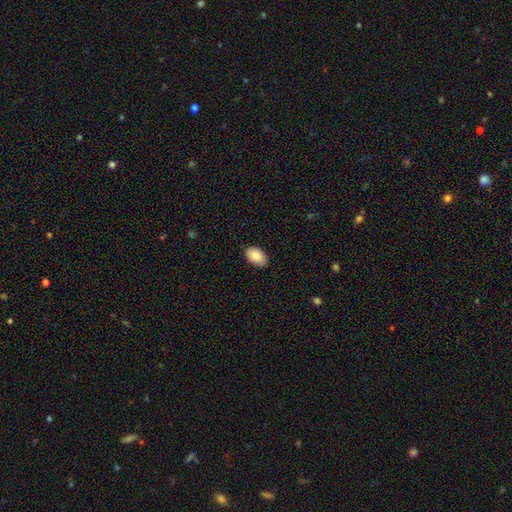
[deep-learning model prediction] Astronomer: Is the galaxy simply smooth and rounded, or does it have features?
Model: smooth — 86%.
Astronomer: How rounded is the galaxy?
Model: in between — 93%.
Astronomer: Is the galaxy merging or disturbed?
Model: none — 85%.